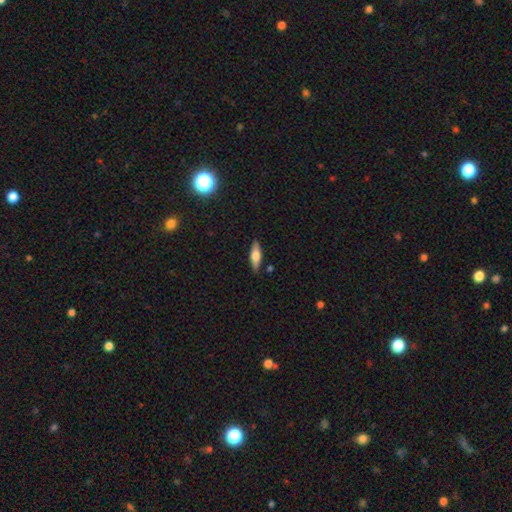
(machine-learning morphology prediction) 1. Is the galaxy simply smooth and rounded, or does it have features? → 56% smooth, 37% featured or disk, 7% star or artifact.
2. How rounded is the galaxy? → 51% cigar-shaped, 47% in between, 3% round.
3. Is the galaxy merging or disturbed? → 85% none, 10% minor disturbance, 2% merger, 2% major disturbance.